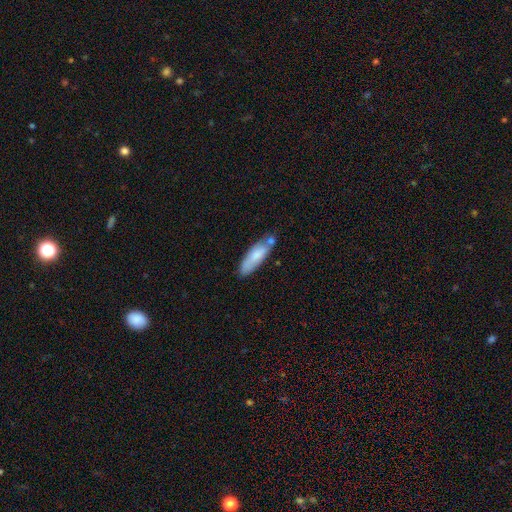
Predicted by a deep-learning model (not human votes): Q: Smooth or featured?
A: smooth (74%); runner-up: featured or disk (20%)
Q: How rounded?
A: cigar-shaped (52%); runner-up: in between (47%)
Q: Merging?
A: none (57%); runner-up: minor disturbance (22%)